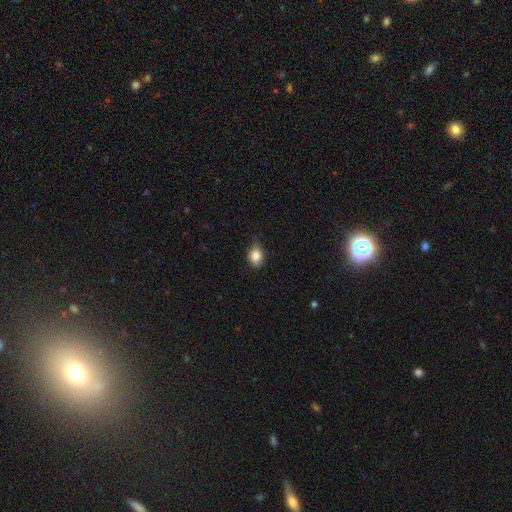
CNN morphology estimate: Smooth or featured? Predicted: smooth (p=0.84). How rounded? Predicted: in between (p=0.60). Merging? Predicted: none (p=0.61).